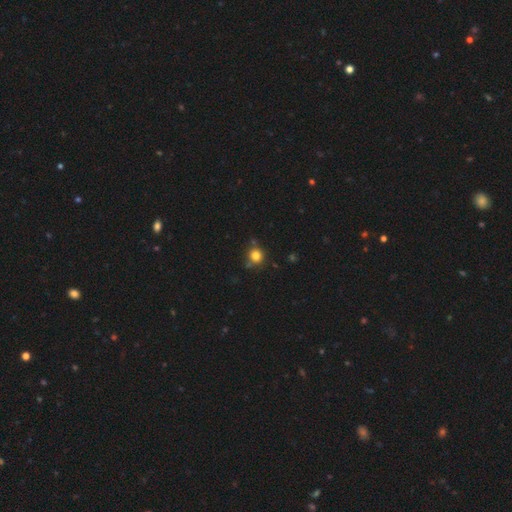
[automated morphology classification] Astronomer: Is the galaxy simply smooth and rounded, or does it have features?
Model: smooth — 81%.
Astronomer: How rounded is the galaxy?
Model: round — 88%.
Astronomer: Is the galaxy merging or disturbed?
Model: none — 74%.